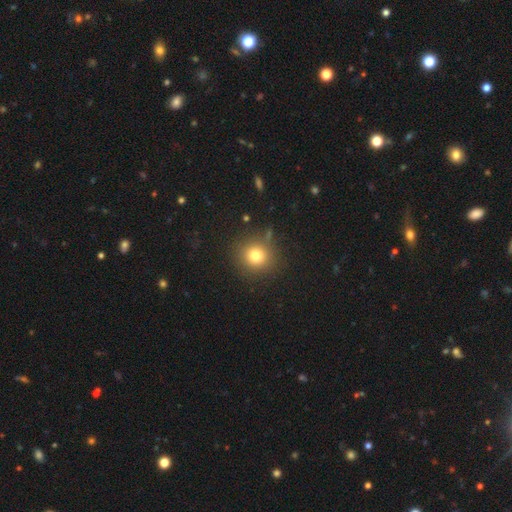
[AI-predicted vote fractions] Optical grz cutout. It shows a smooth galaxy with no disk features (77%) that is round (91%). Merging: none (85%).